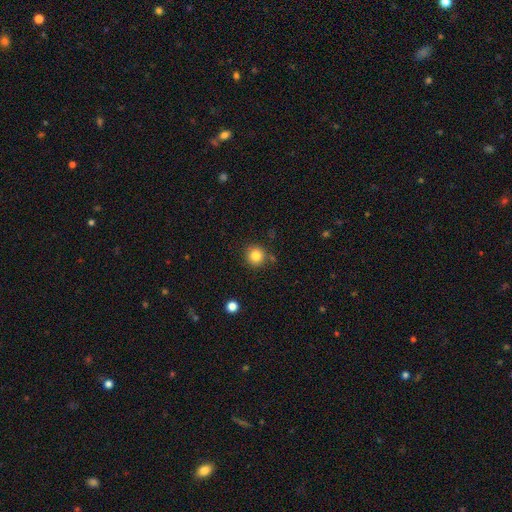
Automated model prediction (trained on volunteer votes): A smooth galaxy with no disk features (84%) that is round (94%). Merging: none (84%).